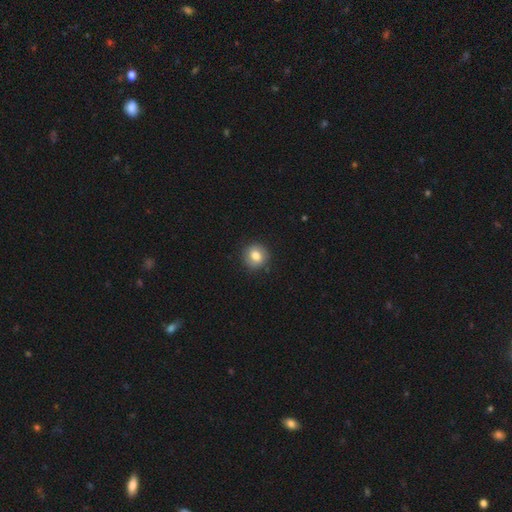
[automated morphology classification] Smooth or featured: smooth — 79% (featured or disk — 12%)
How rounded: round — 86% (in between — 13%)
Merging: none — 88% (minor disturbance — 9%)